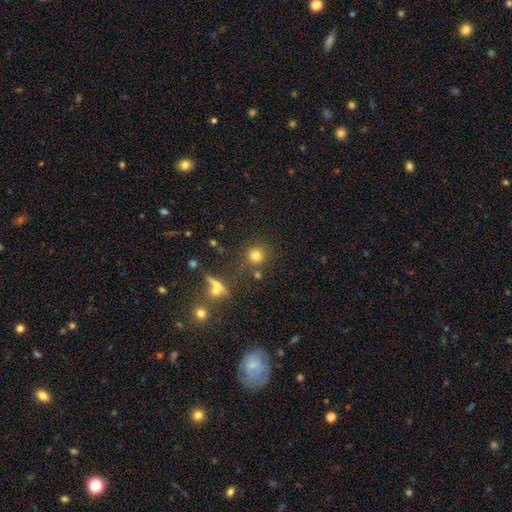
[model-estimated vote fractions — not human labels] The model was most divided on "smooth or featured": smooth: 77%, star or artifact: 14%, featured or disk: 8%. More confident: how rounded — round (91%); merging — none (77%).